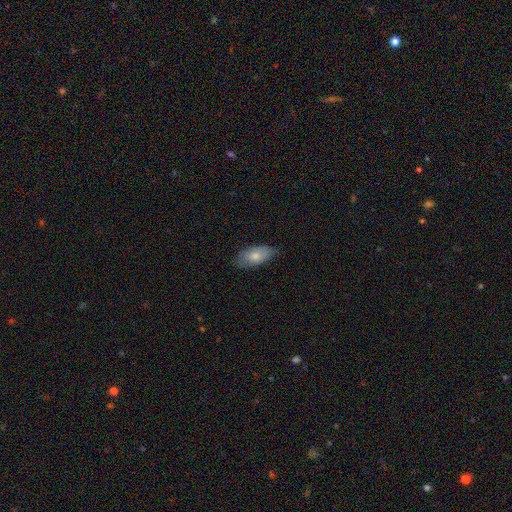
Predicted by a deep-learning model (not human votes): Smooth or featured: smooth — 76% (featured or disk — 17%)
How rounded: in between — 90% (cigar-shaped — 7%)
Merging: none — 75% (minor disturbance — 20%)